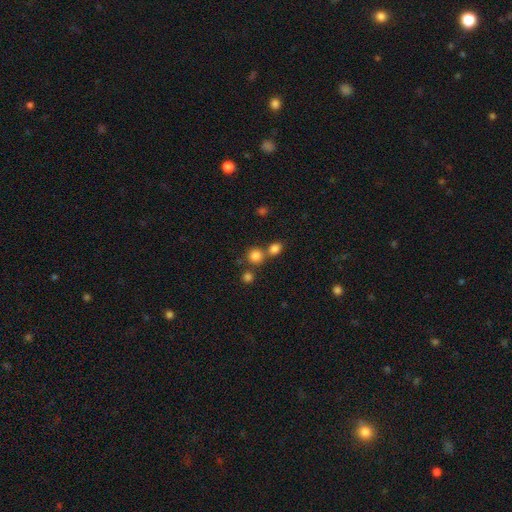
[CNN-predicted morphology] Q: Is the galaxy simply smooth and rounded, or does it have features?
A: smooth — 81%.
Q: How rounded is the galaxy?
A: round — 87%.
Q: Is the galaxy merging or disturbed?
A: none — 61%.